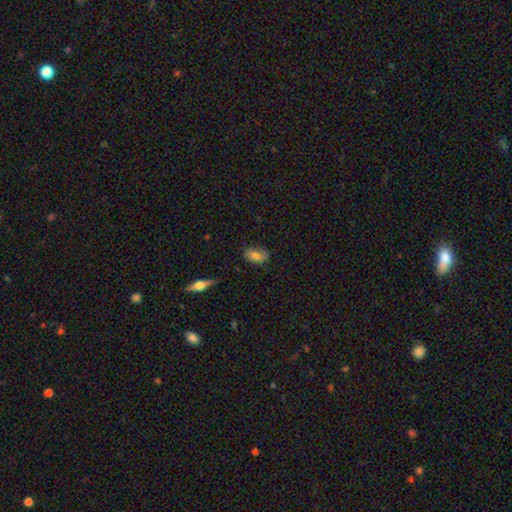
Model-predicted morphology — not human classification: A smooth galaxy with no disk features (70%) that is in between round and cigar-shaped (89%).

Vote fractions:
- Smooth or featured? smooth: 70% / featured or disk: 22% / star or artifact: 8%
- How rounded? in between: 89% / round: 8% / cigar-shaped: 3%
- Merging? none: 70% / minor disturbance: 23% / major disturbance: 5% / merger: 2%